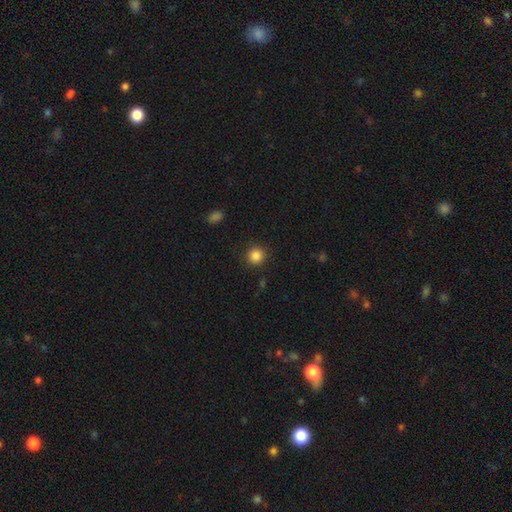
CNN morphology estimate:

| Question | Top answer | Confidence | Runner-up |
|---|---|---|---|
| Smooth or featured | smooth | 86% | star or artifact (11%) |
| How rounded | round | 93% | in between (6%) |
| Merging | none | 90% | minor disturbance (6%) |